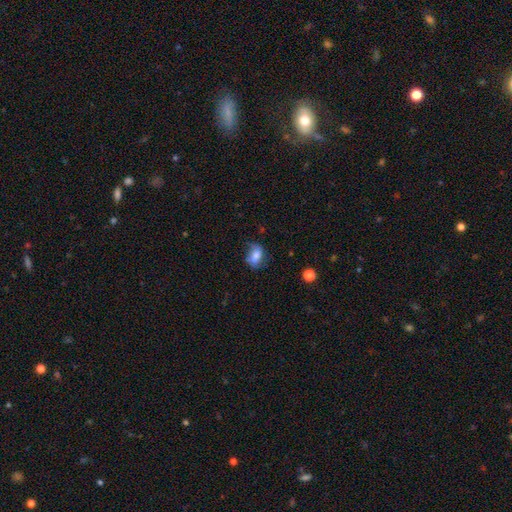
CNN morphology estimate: A smooth galaxy with no disk features (72%) that is in between round and cigar-shaped (81%).

Vote fractions:
- Smooth or featured? smooth: 72% / featured or disk: 19% / star or artifact: 9%
- How rounded? in between: 81% / round: 17% / cigar-shaped: 2%
- Merging? none: 55% / minor disturbance: 30% / major disturbance: 12% / merger: 3%